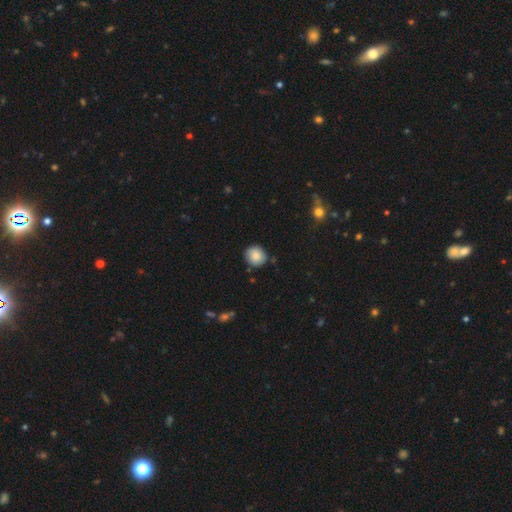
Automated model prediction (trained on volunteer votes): smooth-or-featured: smooth: 85% | star or artifact: 8% | featured or disk: 7%
  how-rounded: round: 88% | in between: 11% | cigar-shaped: 1%
  merging: none: 83% | minor disturbance: 12% | merger: 2% | major disturbance: 2%